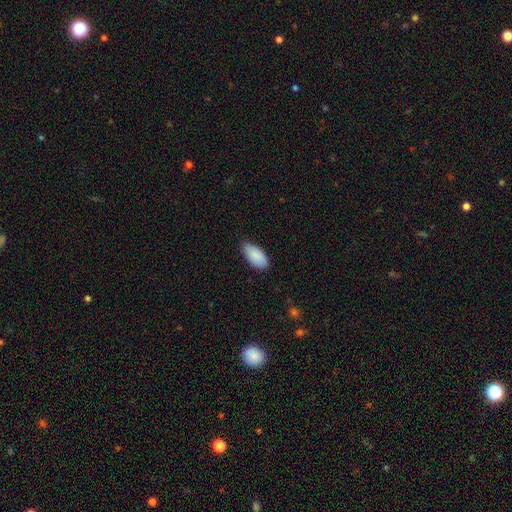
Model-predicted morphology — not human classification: Smooth or featured? smooth (89%)
How rounded? in between (94%)
Merging? none (65%)